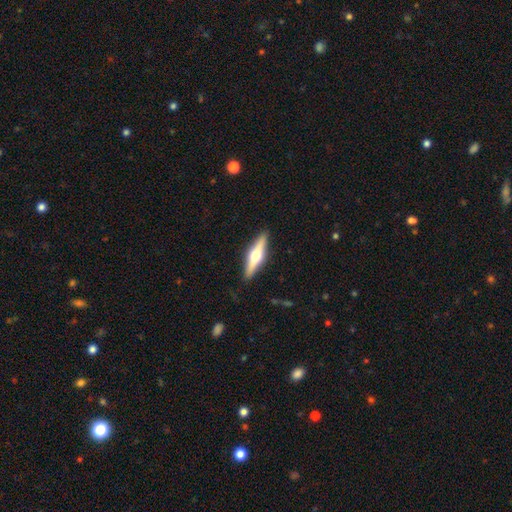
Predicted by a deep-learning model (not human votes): The model was most divided on "smooth or featured": featured or disk: 64%, smooth: 31%, star or artifact: 5%. More confident: edge-on disk — yes (96%); edge-on bulge — rounded (95%); merging — none (90%).